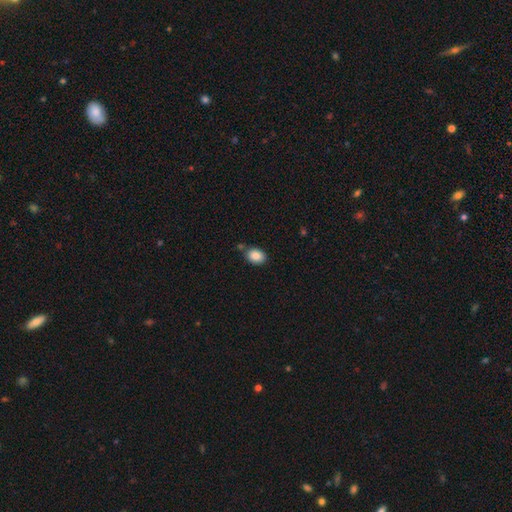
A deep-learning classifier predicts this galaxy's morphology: Q: Smooth or featured?
A: smooth (87%); runner-up: star or artifact (8%)
Q: How rounded?
A: in between (73%); runner-up: round (26%)
Q: Merging?
A: none (74%); runner-up: minor disturbance (14%)